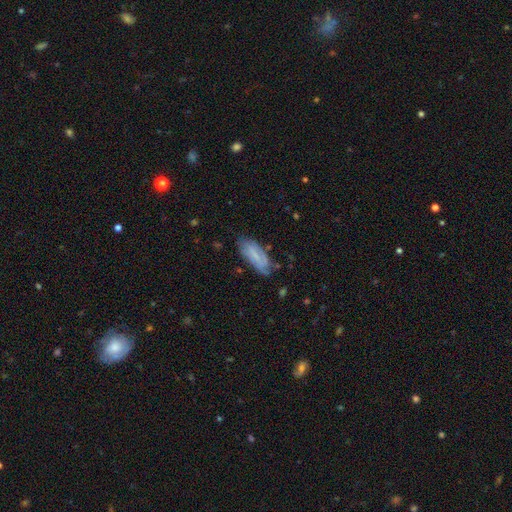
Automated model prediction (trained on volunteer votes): Smooth or featured? Predicted: smooth (p=0.53). How rounded? Predicted: in between (p=0.75). Merging? Predicted: none (p=0.62).